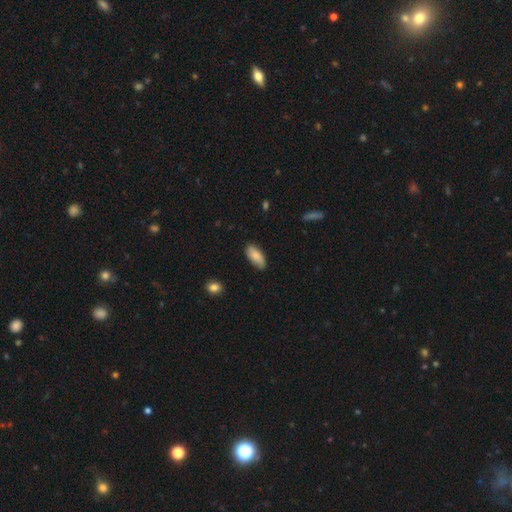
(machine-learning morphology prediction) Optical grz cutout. It shows a smooth galaxy with no disk features (80%) that is in between round and cigar-shaped (86%). Merging: none (78%).